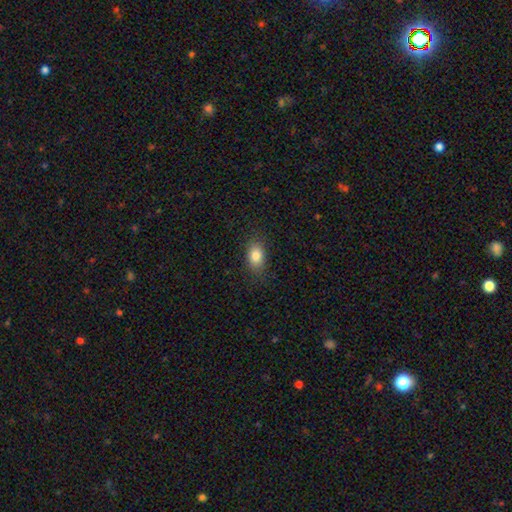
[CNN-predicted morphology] This appears to be a smooth galaxy with no disk features (83%) that is in between round and cigar-shaped (84%). Merging: none (85%).